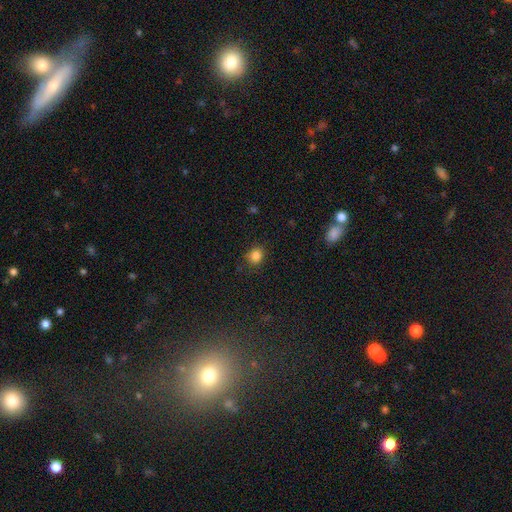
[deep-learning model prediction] smooth 84%, star or artifact 12%, featured or disk 4%. Down the decision tree: how rounded — round (76%); merging — none (83%).